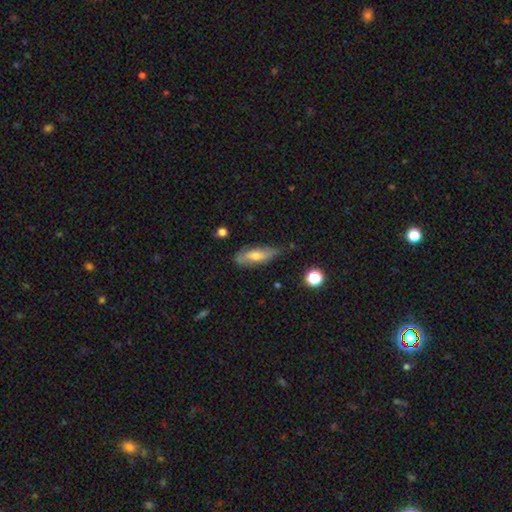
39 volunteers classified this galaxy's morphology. A smooth galaxy with no disk features (49%) that is in between round and cigar-shaped (68%). Merging: none (46%).